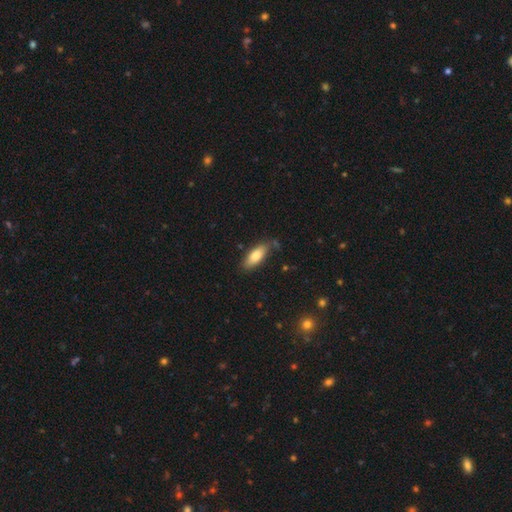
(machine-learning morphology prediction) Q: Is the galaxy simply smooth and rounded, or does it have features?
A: smooth — 81%.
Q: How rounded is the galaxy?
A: in between — 74%.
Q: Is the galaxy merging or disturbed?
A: none — 74%.